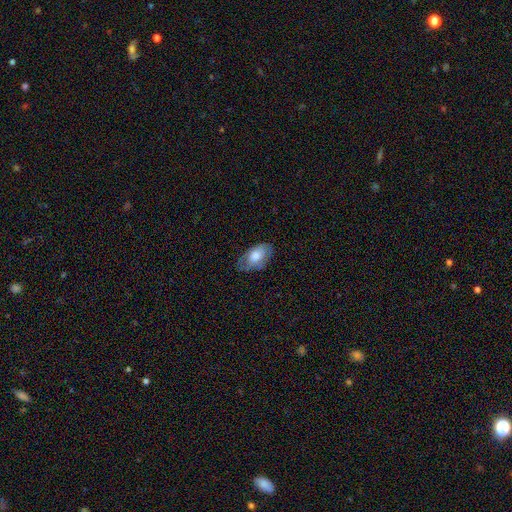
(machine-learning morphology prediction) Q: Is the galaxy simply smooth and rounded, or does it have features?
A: smooth — 65%.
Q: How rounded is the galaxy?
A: in between — 93%.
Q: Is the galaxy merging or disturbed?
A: none — 63%.